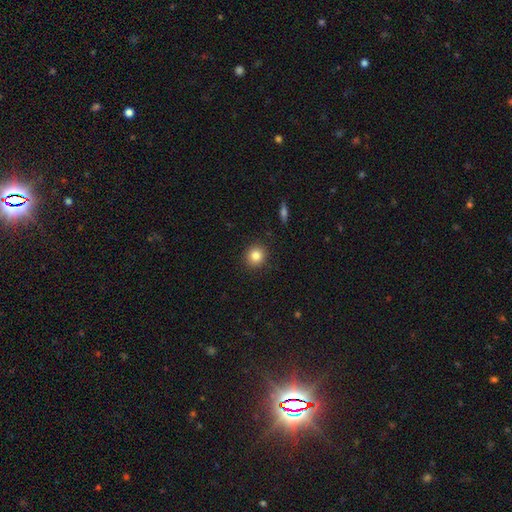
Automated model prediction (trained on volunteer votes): A smooth galaxy with no disk features (83%) that is round (88%).

Vote fractions:
- Smooth or featured? smooth: 83% / star or artifact: 10% / featured or disk: 7%
- How rounded? round: 88% / in between: 11% / cigar-shaped: 1%
- Merging? none: 91% / minor disturbance: 6% / major disturbance: 2% / merger: 1%